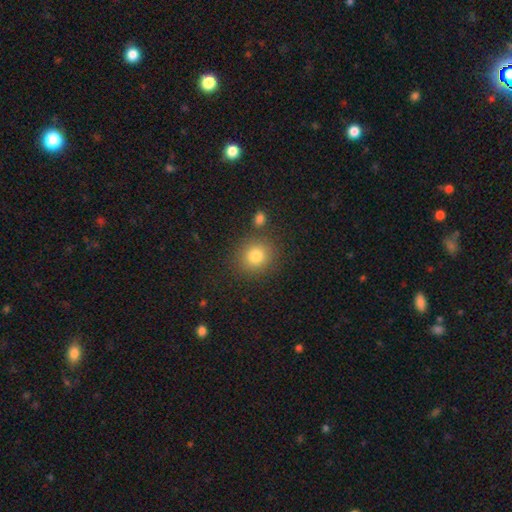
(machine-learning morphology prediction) type=smooth (81%); roundness=round (83%); merging=none (82%).